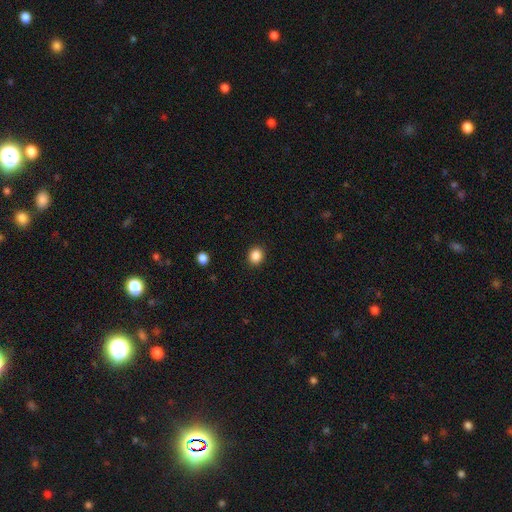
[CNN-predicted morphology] Overall: smooth (86%). How rounded: round (79%). Merging: none (92%).